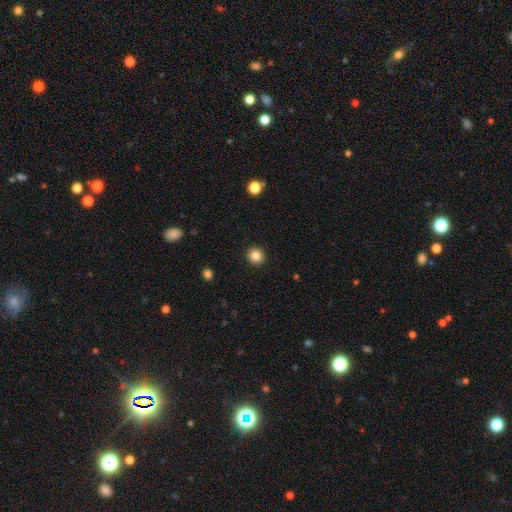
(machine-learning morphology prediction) Smooth or featured?
  - smooth: 86% *
  - star or artifact: 10%
  - featured or disk: 4%
How rounded?
  - round: 89% *
  - in between: 11%
  - cigar-shaped: 1%
Merging?
  - none: 92% *
  - minor disturbance: 5%
  - major disturbance: 2%
  - merger: 1%